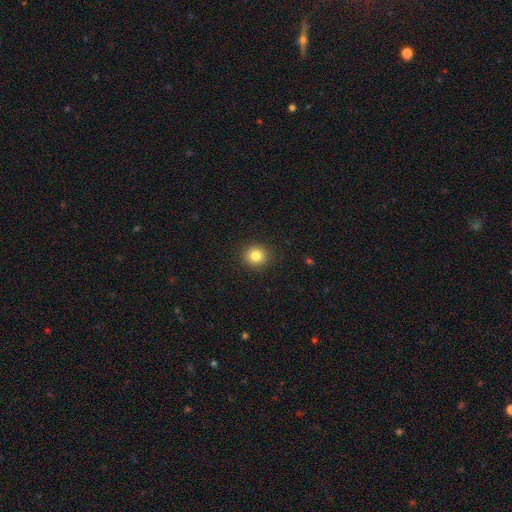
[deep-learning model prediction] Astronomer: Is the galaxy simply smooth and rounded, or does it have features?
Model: smooth — 83%.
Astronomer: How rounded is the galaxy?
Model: round — 86%.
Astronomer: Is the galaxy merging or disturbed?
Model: none — 91%.